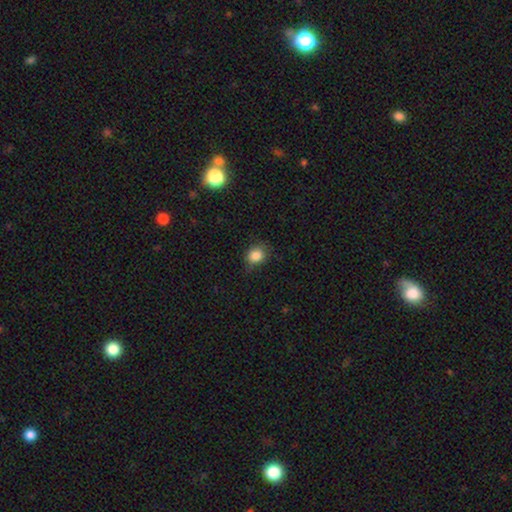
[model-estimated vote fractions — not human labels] Q: Smooth or featured?
A: smooth (85%); runner-up: star or artifact (10%)
Q: How rounded?
A: round (63%); runner-up: in between (36%)
Q: Merging?
A: none (74%); runner-up: minor disturbance (21%)